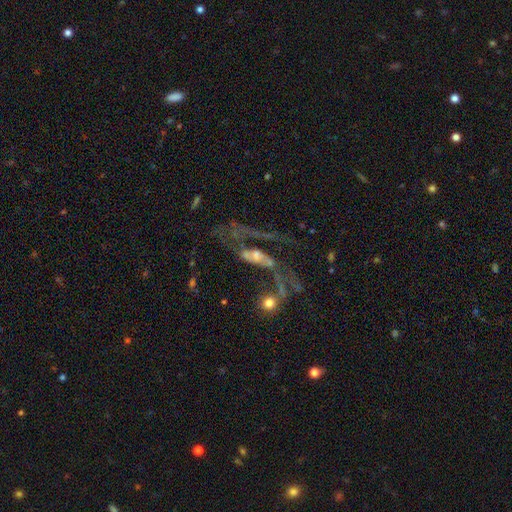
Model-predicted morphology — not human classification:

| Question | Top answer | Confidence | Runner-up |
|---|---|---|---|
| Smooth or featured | featured or disk | 63% | smooth (20%) |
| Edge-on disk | no | 85% | yes (15%) |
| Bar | no | 62% | weak (25%) |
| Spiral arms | yes | 54% | no (46%) |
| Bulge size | small | 42% | moderate (35%) |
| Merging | major disturbance | 37% | merger (29%) |